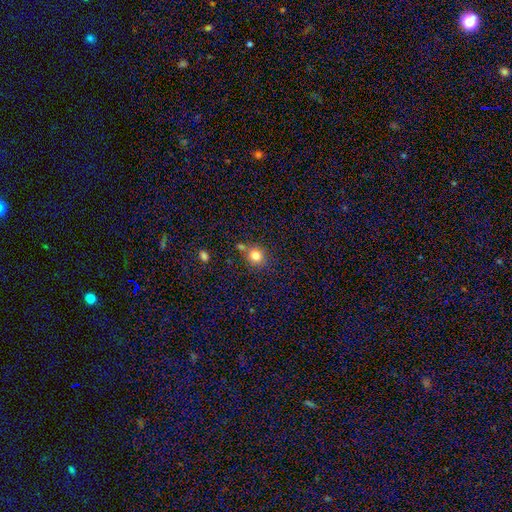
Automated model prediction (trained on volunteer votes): Smooth or featured? Predicted: smooth (p=0.81). How rounded? Predicted: round (p=0.85). Merging? Predicted: none (p=0.68).